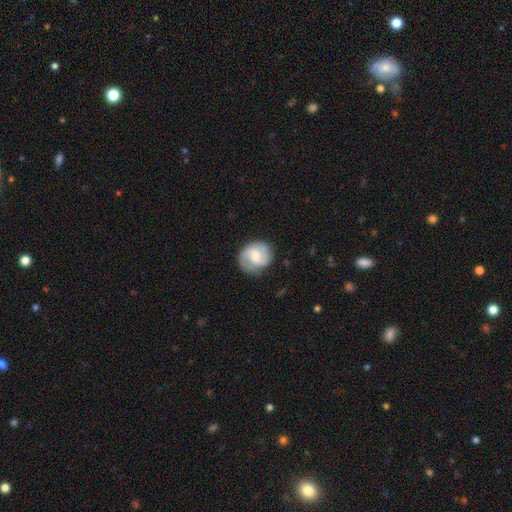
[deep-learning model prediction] featured or disk 64%, smooth 30%, star or artifact 6%. Down the decision tree: edge-on disk — no (98%); bar — weak (49%); spiral arms — yes (92%); spiral arm count — 2 (78%); spiral winding — medium (46%); bulge size — moderate (49%); merging — none (75%).